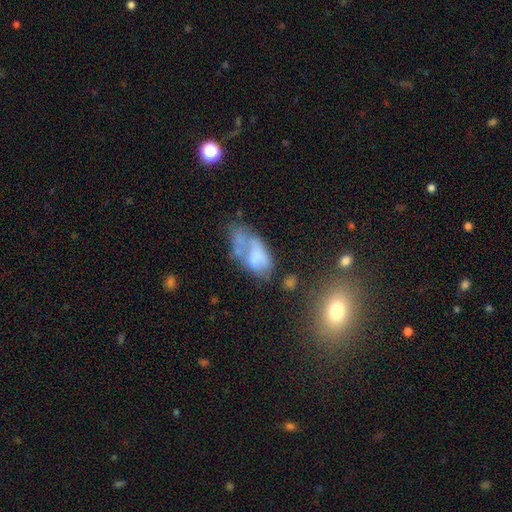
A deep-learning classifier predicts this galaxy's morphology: This appears to be a smooth galaxy with no disk features (49%). Merging: merger (34%).